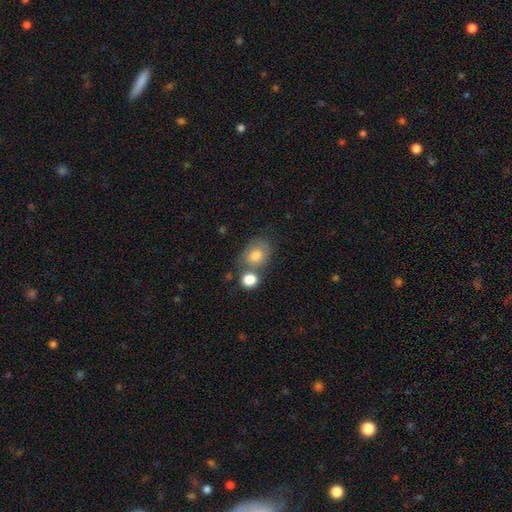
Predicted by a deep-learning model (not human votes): This is likely a smooth galaxy (77%). How rounded: possibly in between (53%). Merging: marginally none (45%).